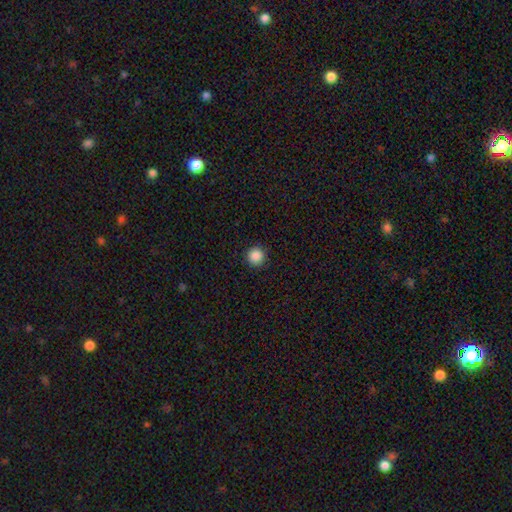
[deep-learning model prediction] The model was most divided on "smooth or featured": smooth: 88%, star or artifact: 10%, featured or disk: 2%. More confident: how rounded — round (96%); merging — none (92%).